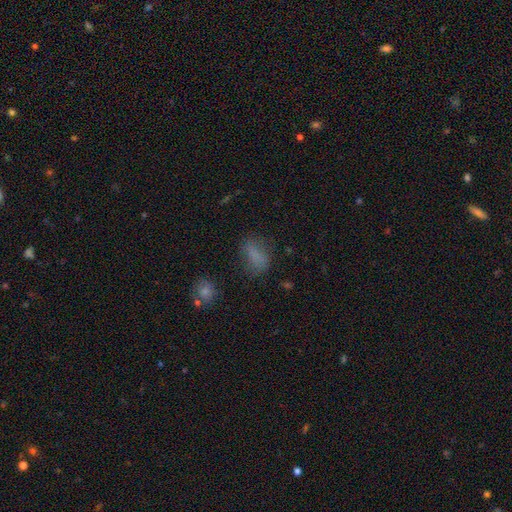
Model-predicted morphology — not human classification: Smooth or featured? smooth (74%)
How rounded? in between (76%)
Merging? none (68%)